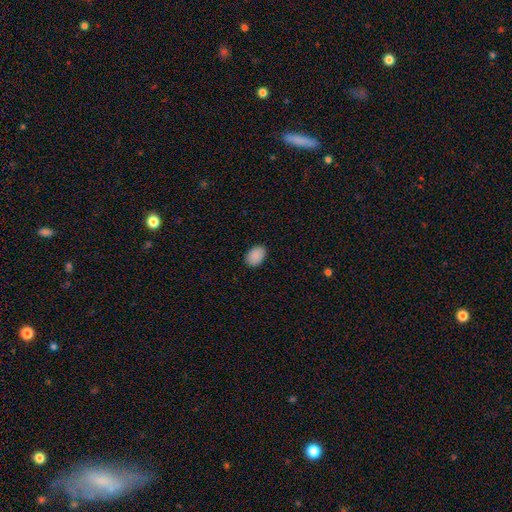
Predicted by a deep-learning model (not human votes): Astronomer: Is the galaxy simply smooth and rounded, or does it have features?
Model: smooth — 90%.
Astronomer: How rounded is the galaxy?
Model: in between — 80%.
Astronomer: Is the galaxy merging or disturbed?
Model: none — 88%.